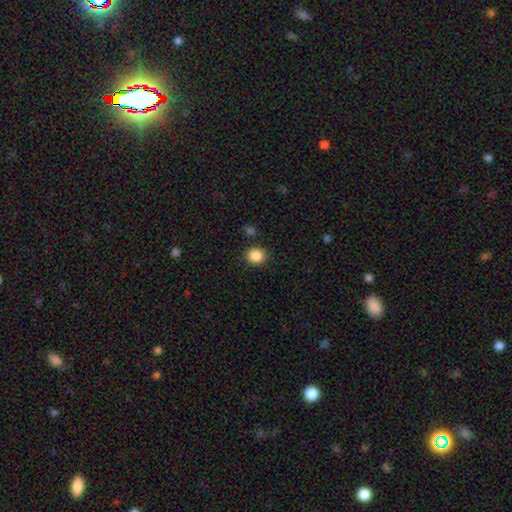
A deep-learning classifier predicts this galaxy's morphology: A smooth galaxy with no disk features (87%) that is round (77%).

Vote fractions:
- Smooth or featured? smooth: 87% / star or artifact: 10% / featured or disk: 4%
- How rounded? round: 77% / in between: 22% / cigar-shaped: 1%
- Merging? none: 86% / minor disturbance: 8% / merger: 3% / major disturbance: 3%